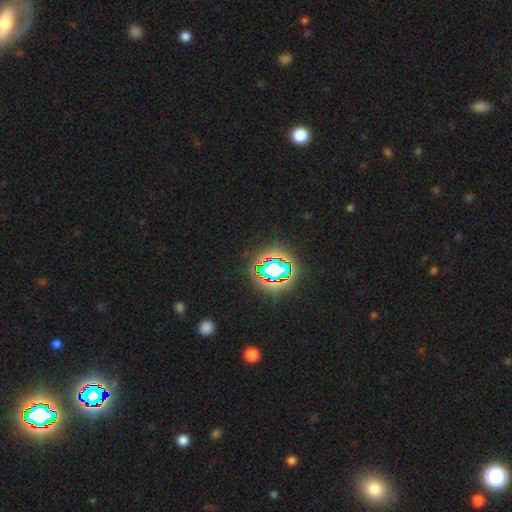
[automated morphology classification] This appears to be a star or artifact, not a galaxy (83%).